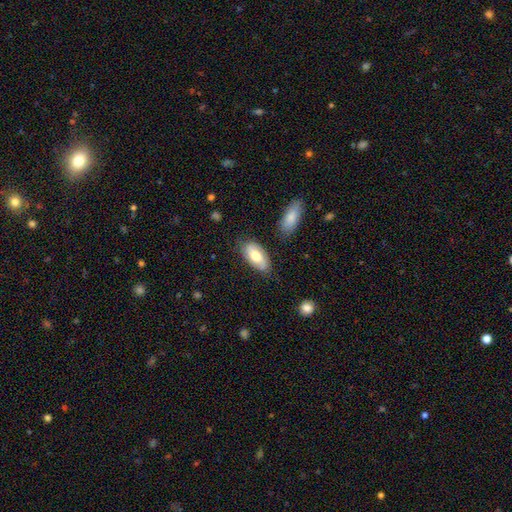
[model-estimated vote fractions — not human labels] Q: Smooth or featured?
A: smooth (61%); runner-up: featured or disk (33%)
Q: How rounded?
A: in between (93%); runner-up: cigar-shaped (4%)
Q: Merging?
A: none (76%); runner-up: minor disturbance (17%)